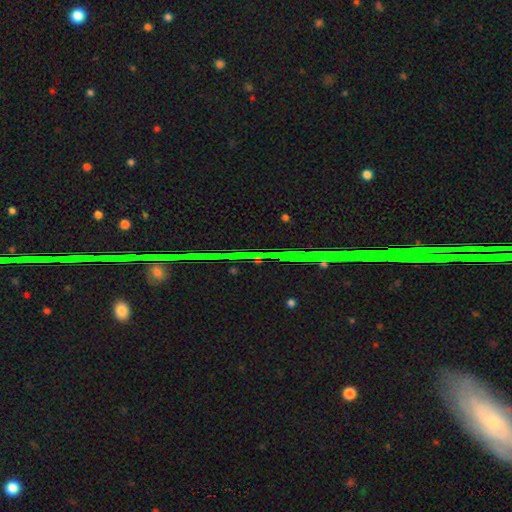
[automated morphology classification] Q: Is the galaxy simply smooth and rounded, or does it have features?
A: star or artifact — 86%.